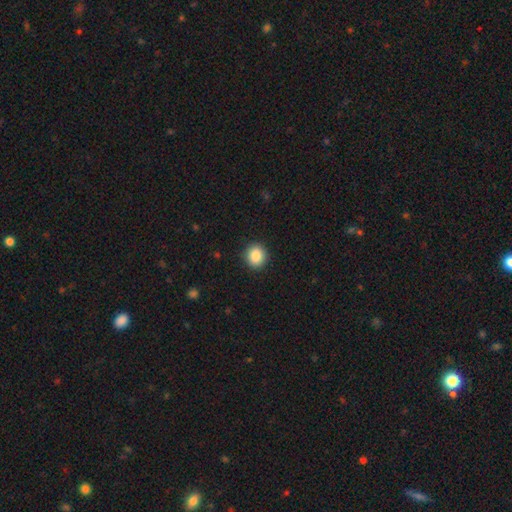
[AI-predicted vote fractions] A smooth galaxy with no disk features (88%) that is round (86%). Merging: none (91%).